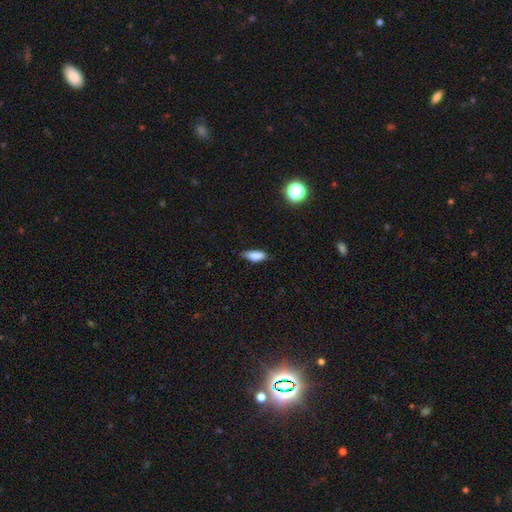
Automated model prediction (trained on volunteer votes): Q: Smooth or featured?
A: smooth (85%); runner-up: star or artifact (8%)
Q: How rounded?
A: in between (76%); runner-up: cigar-shaped (21%)
Q: Merging?
A: none (67%); runner-up: minor disturbance (27%)